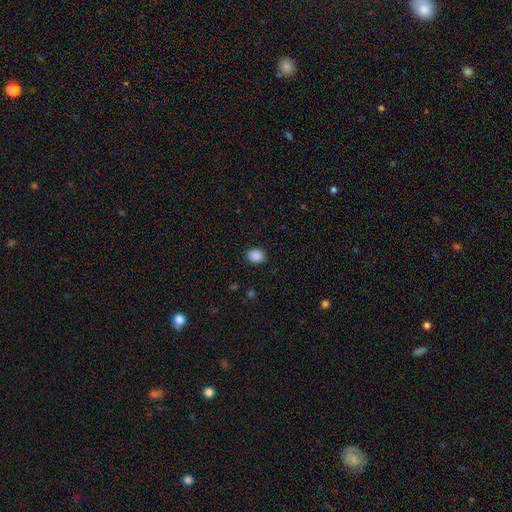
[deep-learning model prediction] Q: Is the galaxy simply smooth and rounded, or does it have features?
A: smooth — 88%.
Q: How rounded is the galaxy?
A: in between — 60%.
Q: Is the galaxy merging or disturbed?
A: none — 88%.